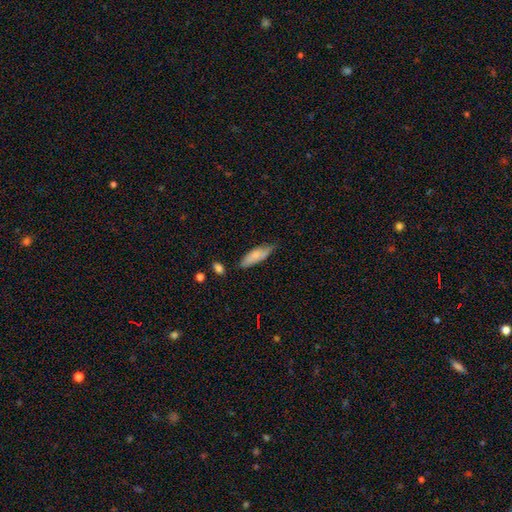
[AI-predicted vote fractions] Q: Smooth or featured?
A: smooth (76%); runner-up: featured or disk (18%)
Q: How rounded?
A: in between (60%); runner-up: cigar-shaped (38%)
Q: Merging?
A: none (60%); runner-up: minor disturbance (32%)